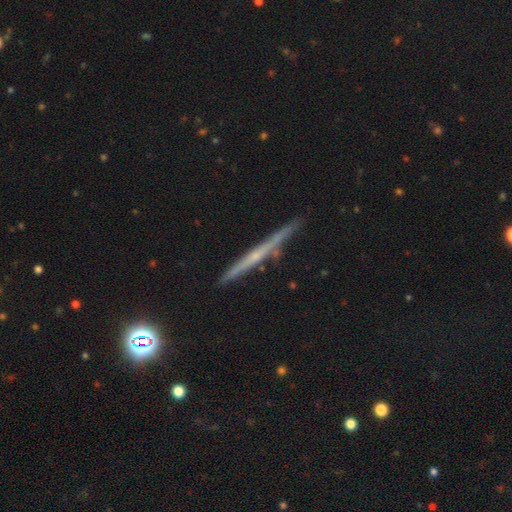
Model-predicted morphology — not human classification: type=featured or disk (68%); edge-on=yes (97%); edge-on bulge=none (61%); merging=none (87%).